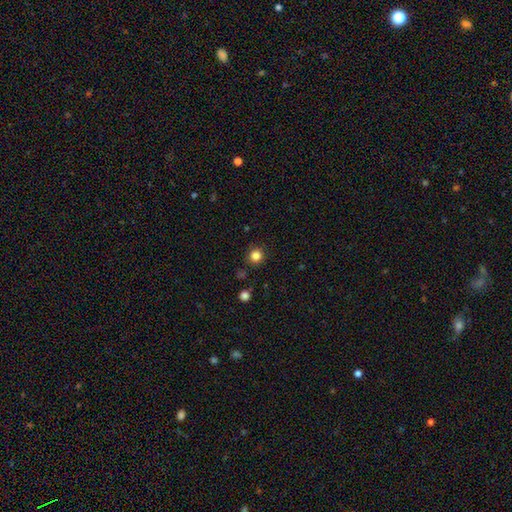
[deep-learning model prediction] This appears to be a smooth galaxy with no disk features (83%) that is round (93%). Merging: none (90%).